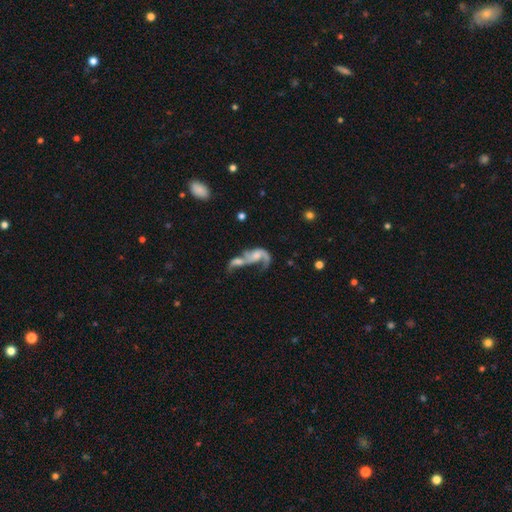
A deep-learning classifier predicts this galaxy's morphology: This appears to be a featured or disk galaxy (67%) with no bar (63%), spiral arms (76%) and no central bulge (33%). Merging: merger (68%).